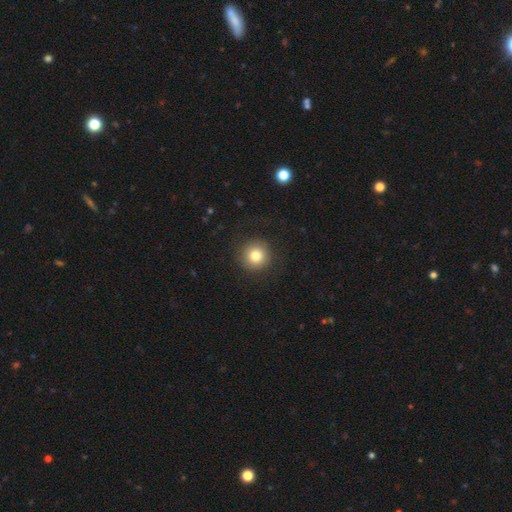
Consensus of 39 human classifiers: Overall: smooth (85%). How rounded: round (94%). Merging: none (86%).